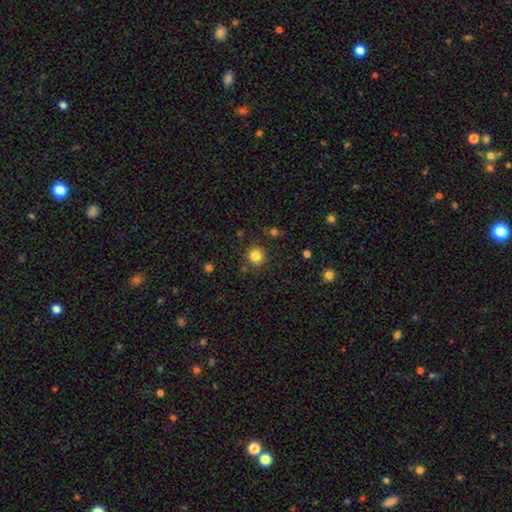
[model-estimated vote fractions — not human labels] This appears to be a smooth galaxy with no disk features (83%) that is round (92%). Merging: none (87%).